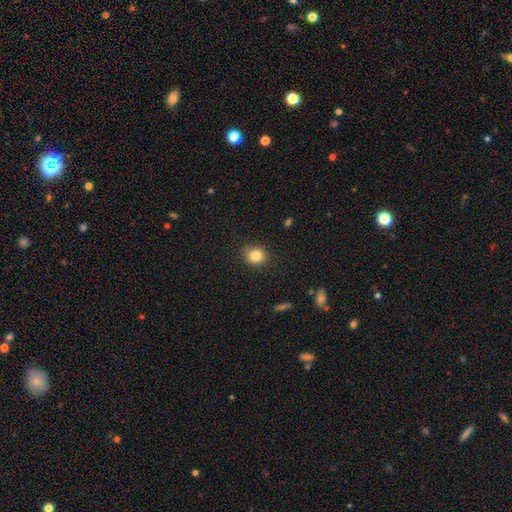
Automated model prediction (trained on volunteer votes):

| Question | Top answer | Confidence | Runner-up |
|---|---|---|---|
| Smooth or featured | smooth | 84% | star or artifact (10%) |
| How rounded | round | 74% | in between (25%) |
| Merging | none | 89% | minor disturbance (8%) |